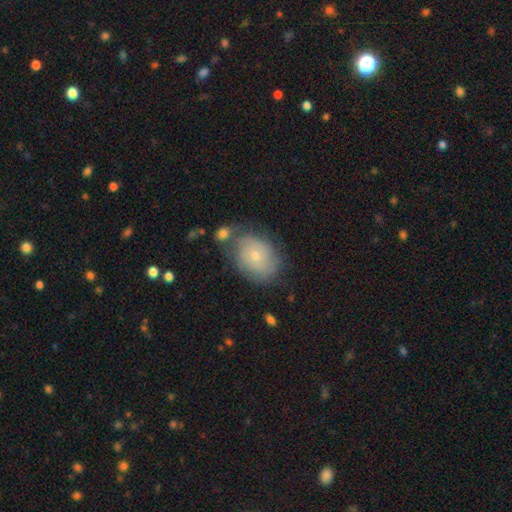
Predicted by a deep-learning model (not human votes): smooth-or-featured: smooth: 57% | featured or disk: 35% | star or artifact: 8%
  how-rounded: in between: 63% | round: 36% | cigar-shaped: 1%
  merging: none: 59% | minor disturbance: 22% | merger: 11% | major disturbance: 8%